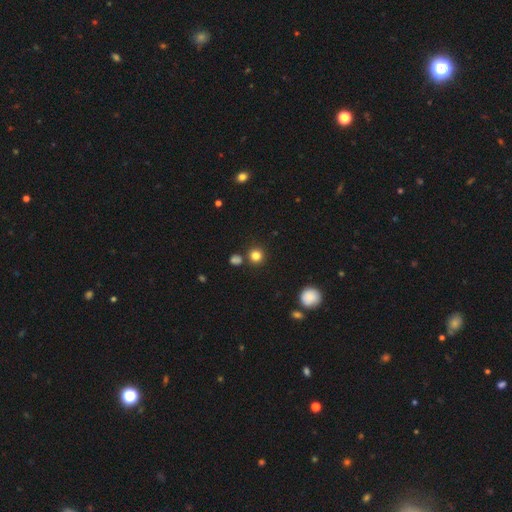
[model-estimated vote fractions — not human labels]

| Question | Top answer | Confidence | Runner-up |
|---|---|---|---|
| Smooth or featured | smooth | 81% | star or artifact (14%) |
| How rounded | round | 93% | in between (6%) |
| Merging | none | 85% | minor disturbance (7%) |